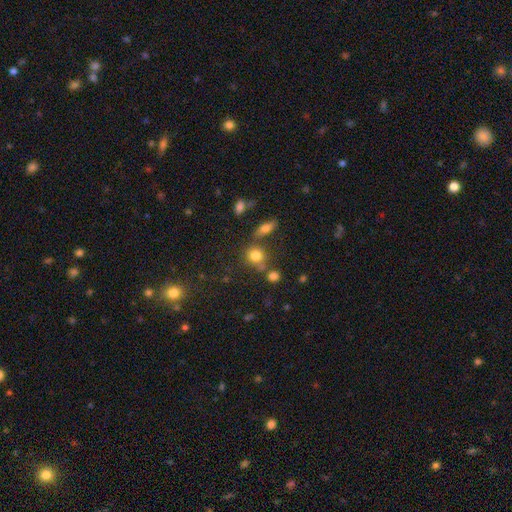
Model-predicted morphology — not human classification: Q: Smooth or featured?
A: smooth (77%); runner-up: star or artifact (14%)
Q: How rounded?
A: round (77%); runner-up: in between (21%)
Q: Merging?
A: none (62%); runner-up: merger (19%)